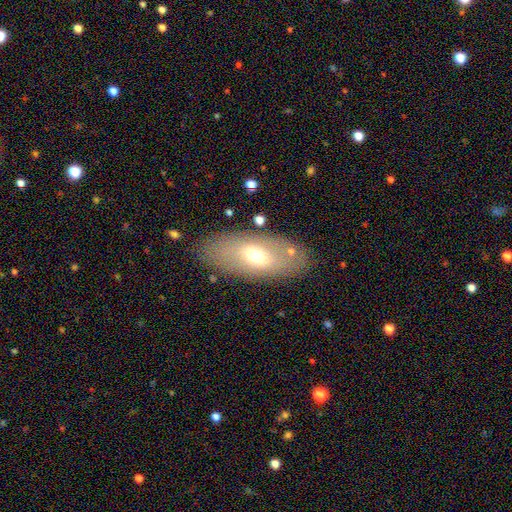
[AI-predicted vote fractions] Morphology: type=smooth (55%); roundness=in between (86%); merging=none (82%).